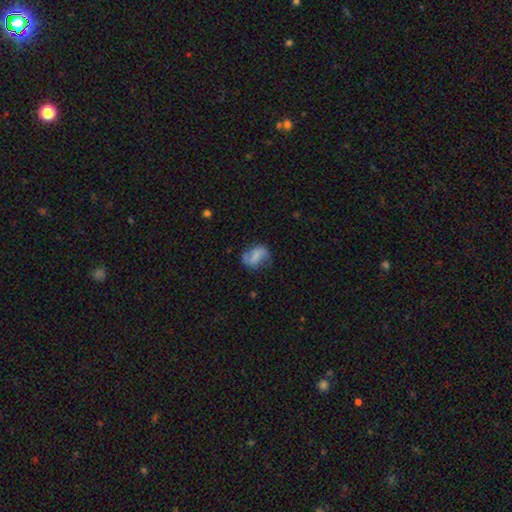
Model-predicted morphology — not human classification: Smooth or featured? Predicted: featured or disk (p=0.59). Edge-on disk? Predicted: no (p=0.97). Bar? Predicted: weak (p=0.40). Spiral arms? Predicted: yes (p=0.87). Bulge size? Predicted: none (p=0.55). Merging? Predicted: none (p=0.63).